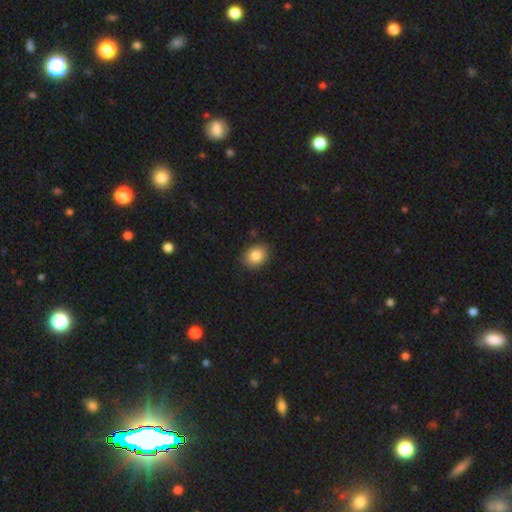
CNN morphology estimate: Q: Smooth or featured?
A: smooth (85%); runner-up: star or artifact (9%)
Q: How rounded?
A: in between (56%); runner-up: round (43%)
Q: Merging?
A: none (88%); runner-up: minor disturbance (9%)